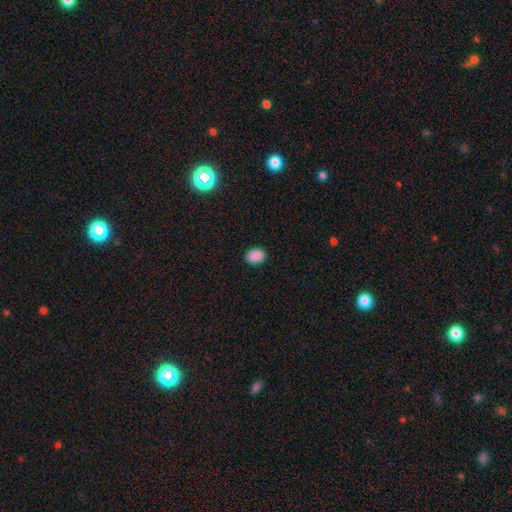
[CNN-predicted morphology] type=smooth (88%); roundness=in between (55%); merging=none (87%).